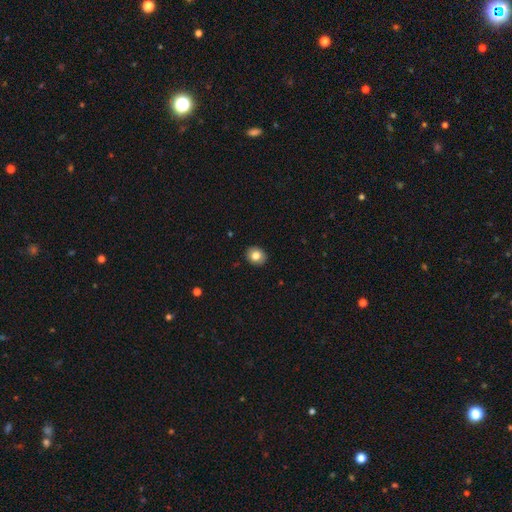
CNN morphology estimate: The model was most divided on "how rounded": round: 61%, in between: 38%, cigar-shaped: 1%. More confident: merging — none (90%); smooth or featured — smooth (80%).